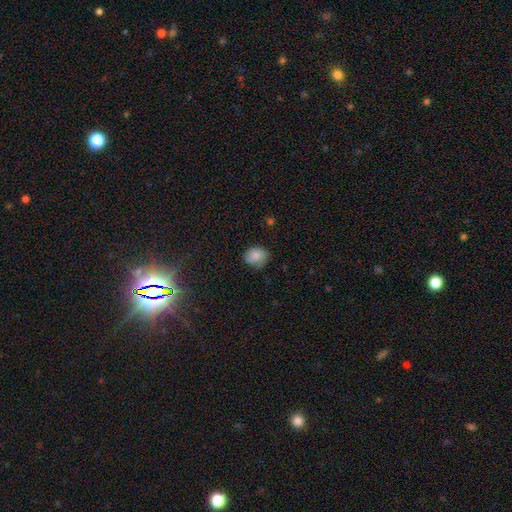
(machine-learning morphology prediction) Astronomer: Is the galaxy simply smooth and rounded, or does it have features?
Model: smooth — 76%.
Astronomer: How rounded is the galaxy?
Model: round — 57% (runner-up: in between, 42%).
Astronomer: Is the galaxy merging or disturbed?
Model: none — 66%.